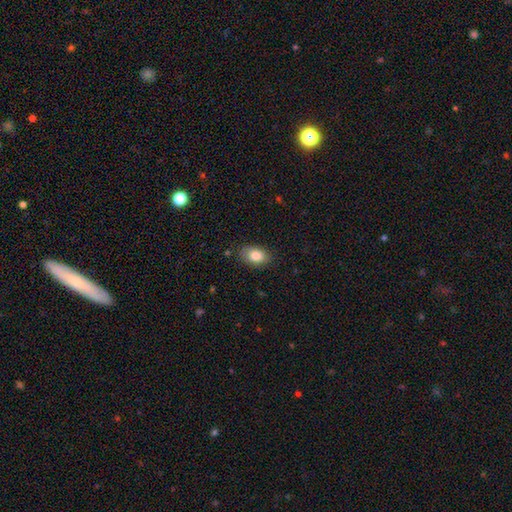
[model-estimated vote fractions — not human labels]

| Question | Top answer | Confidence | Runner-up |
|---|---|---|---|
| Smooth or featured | smooth | 84% | featured or disk (8%) |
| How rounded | in between | 88% | round (11%) |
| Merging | none | 83% | minor disturbance (13%) |